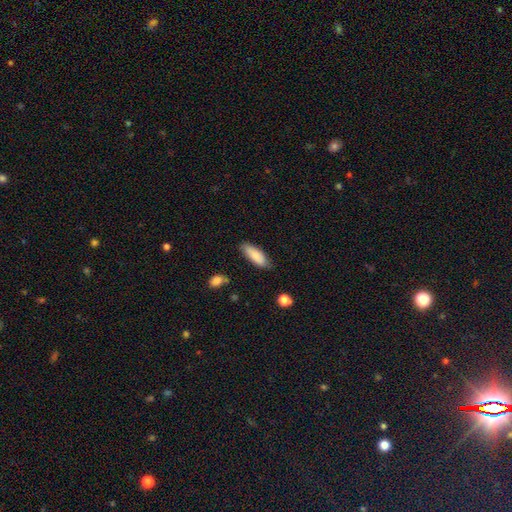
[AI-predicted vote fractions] Smooth or featured? smooth (84%)
How rounded? in between (67%)
Merging? none (79%)